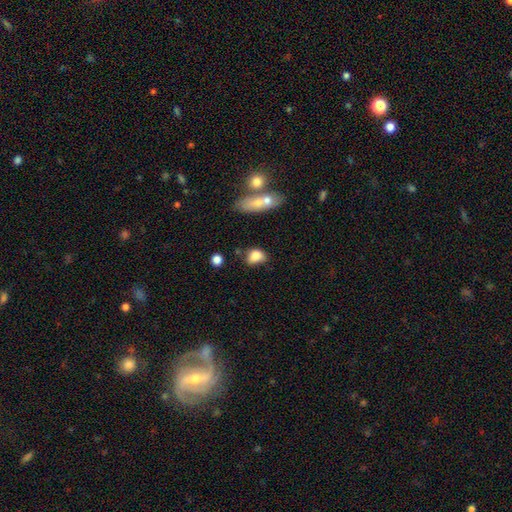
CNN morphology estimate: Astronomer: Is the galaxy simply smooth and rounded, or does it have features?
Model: smooth — 83%.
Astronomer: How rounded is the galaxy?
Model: in between — 69%.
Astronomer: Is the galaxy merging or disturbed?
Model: none — 49% (runner-up: minor disturbance, 29%).